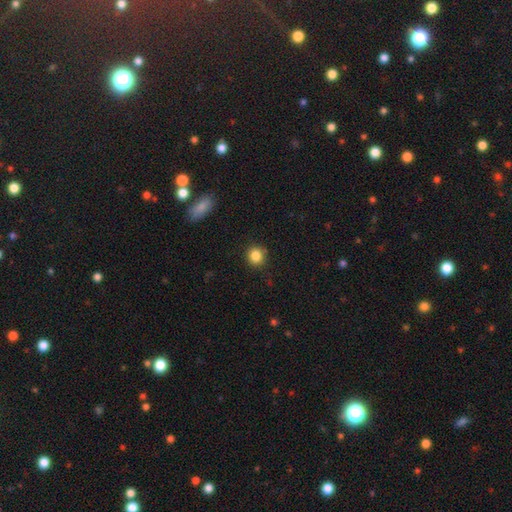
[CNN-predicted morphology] smooth-or-featured: smooth: 85% | star or artifact: 10% | featured or disk: 4%
  how-rounded: round: 88% | in between: 11% | cigar-shaped: 1%
  merging: none: 89% | minor disturbance: 8% | major disturbance: 2% | merger: 1%